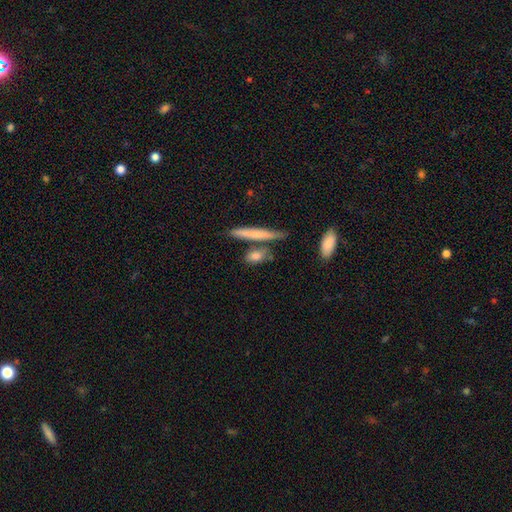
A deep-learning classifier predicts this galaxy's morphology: This is likely a smooth galaxy (73%). How rounded: possibly cigar-shaped (52%). Merging: likely none (64%).